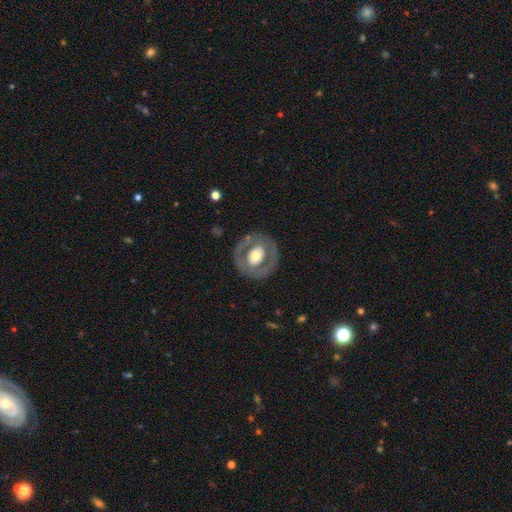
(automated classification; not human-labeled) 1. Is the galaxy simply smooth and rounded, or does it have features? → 56% featured or disk, 38% smooth, 5% star or artifact.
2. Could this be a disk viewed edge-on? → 94% no, 6% yes.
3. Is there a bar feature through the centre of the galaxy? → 75% no, 16% weak, 9% strong.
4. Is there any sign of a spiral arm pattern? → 83% no, 17% yes.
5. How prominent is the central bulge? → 55% moderate, 33% large, 7% small, 3% dominant, 1% none.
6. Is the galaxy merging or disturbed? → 78% none, 12% minor disturbance, 8% major disturbance, 2% merger.